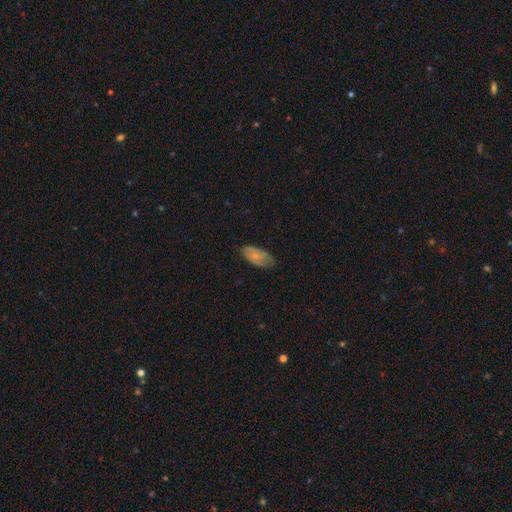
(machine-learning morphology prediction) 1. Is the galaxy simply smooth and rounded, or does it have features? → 64% smooth, 29% featured or disk, 7% star or artifact.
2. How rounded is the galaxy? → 93% in between, 4% cigar-shaped, 4% round.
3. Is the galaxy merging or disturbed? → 66% none, 27% minor disturbance, 6% major disturbance, 1% merger.